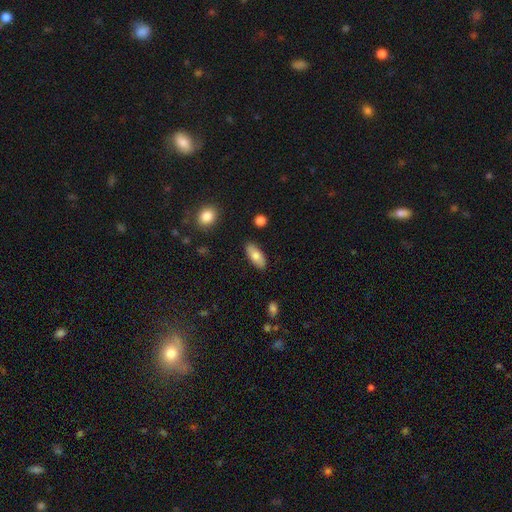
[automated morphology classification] Smooth or featured? smooth (79%)
How rounded? in between (84%)
Merging? none (87%)